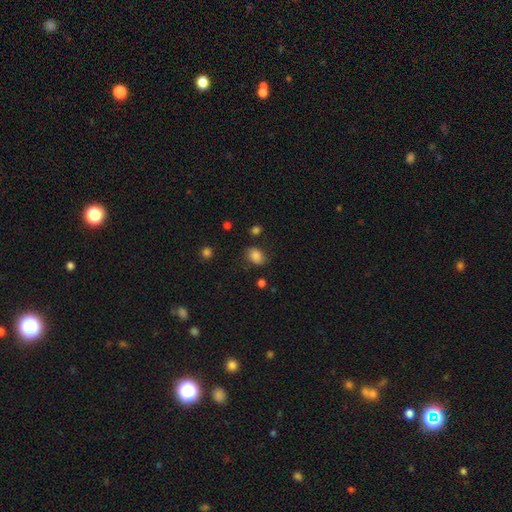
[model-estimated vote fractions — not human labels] Morphology: type=smooth (82%); roundness=in between (72%); merging=none (71%).